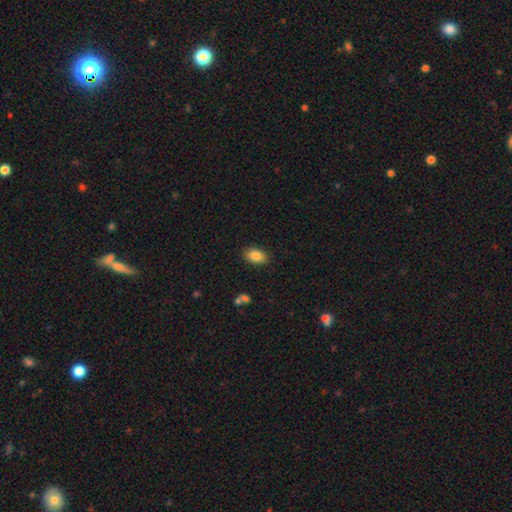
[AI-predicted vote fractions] A smooth galaxy with no disk features (86%) that is in between round and cigar-shaped (90%).

Vote fractions:
- Smooth or featured? smooth: 86% / star or artifact: 8% / featured or disk: 6%
- How rounded? in between: 90% / round: 8% / cigar-shaped: 2%
- Merging? none: 87% / minor disturbance: 9% / major disturbance: 2% / merger: 1%